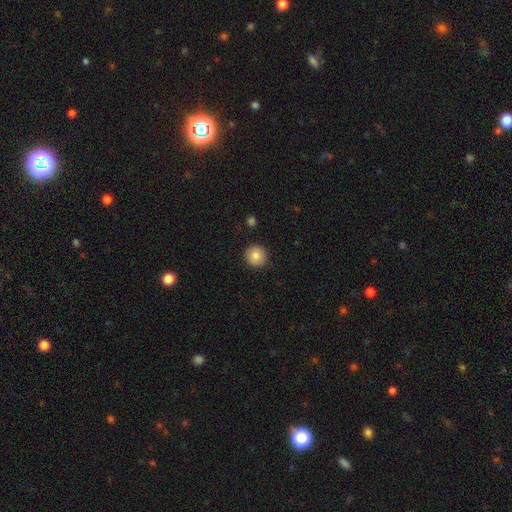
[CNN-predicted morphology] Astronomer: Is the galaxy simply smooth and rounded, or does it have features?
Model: smooth — 85%.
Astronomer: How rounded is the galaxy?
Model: round — 95%.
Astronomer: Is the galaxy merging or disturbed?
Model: none — 92%.